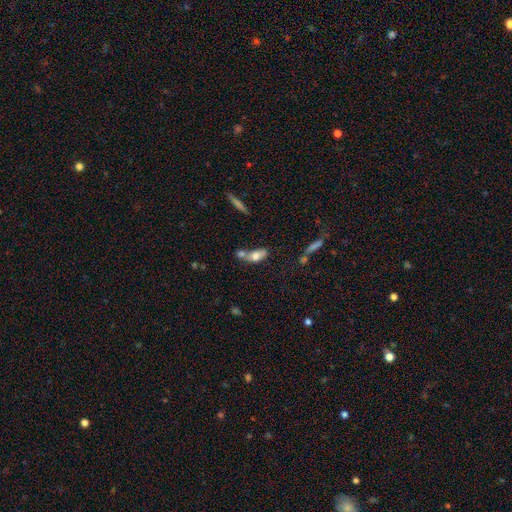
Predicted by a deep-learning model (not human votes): Smooth or featured: smooth — 67% (featured or disk — 24%)
How rounded: in between — 73% (cigar-shaped — 20%)
Merging: merger — 52% (none — 27%)